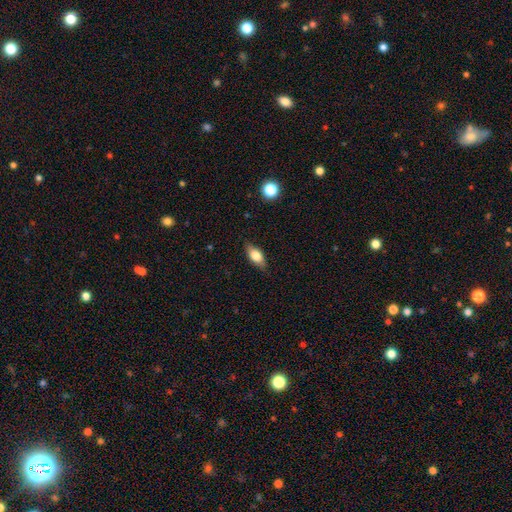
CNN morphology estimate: type=smooth (72%); roundness=in between (82%); merging=none (81%).